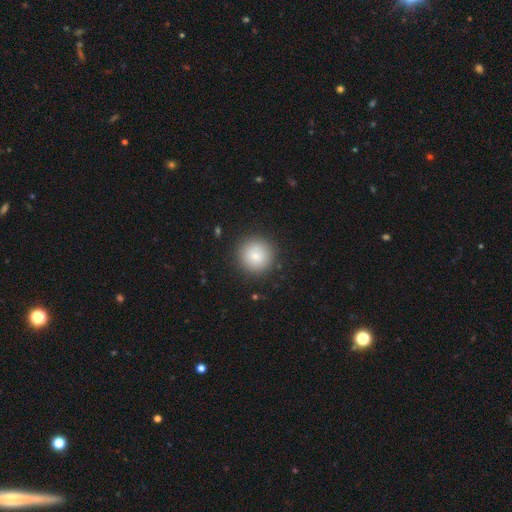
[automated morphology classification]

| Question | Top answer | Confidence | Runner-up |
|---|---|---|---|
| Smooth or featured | smooth | 81% | featured or disk (10%) |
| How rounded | round | 95% | in between (4%) |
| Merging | none | 88% | minor disturbance (8%) |